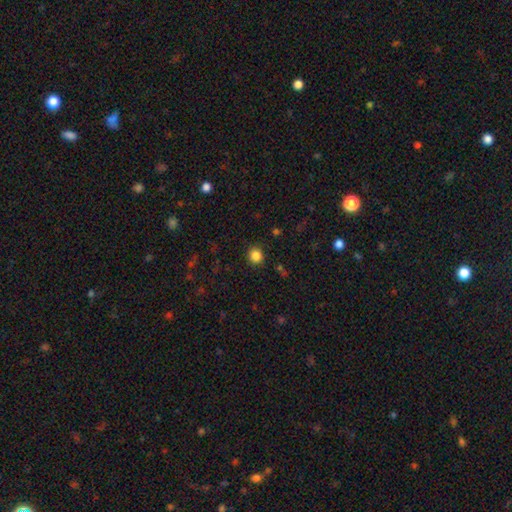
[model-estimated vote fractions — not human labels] Overall: smooth (85%). How rounded: round (89%). Merging: none (90%).